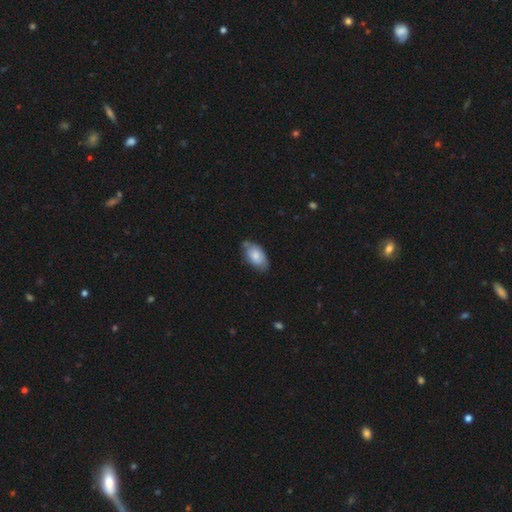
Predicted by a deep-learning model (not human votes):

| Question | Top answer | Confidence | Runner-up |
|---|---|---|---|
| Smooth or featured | smooth | 74% | featured or disk (19%) |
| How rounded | in between | 93% | round (4%) |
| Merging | none | 64% | minor disturbance (29%) |